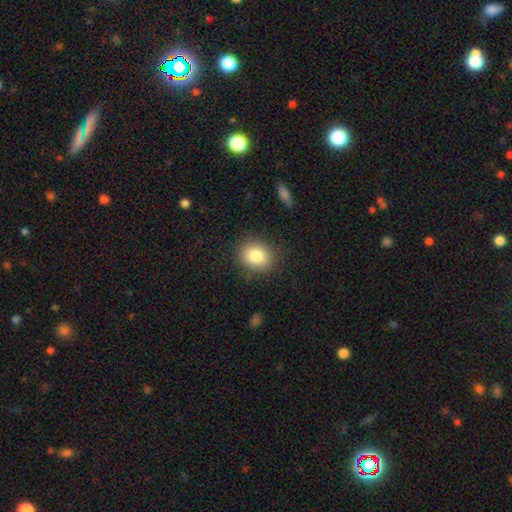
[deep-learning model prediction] Smooth or featured: smooth — 83% (star or artifact — 9%)
How rounded: round — 55% (in between — 44%)
Merging: none — 85% (minor disturbance — 11%)